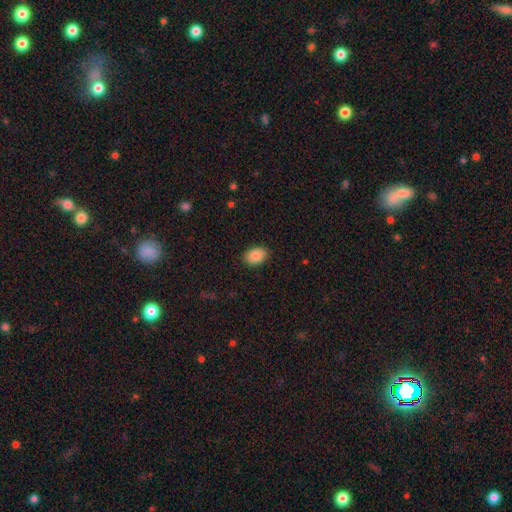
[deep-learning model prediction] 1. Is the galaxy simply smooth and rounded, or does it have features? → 88% smooth, 7% star or artifact, 5% featured or disk.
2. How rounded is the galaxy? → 77% in between, 22% round, 1% cigar-shaped.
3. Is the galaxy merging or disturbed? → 88% none, 9% minor disturbance, 2% major disturbance, 1% merger.